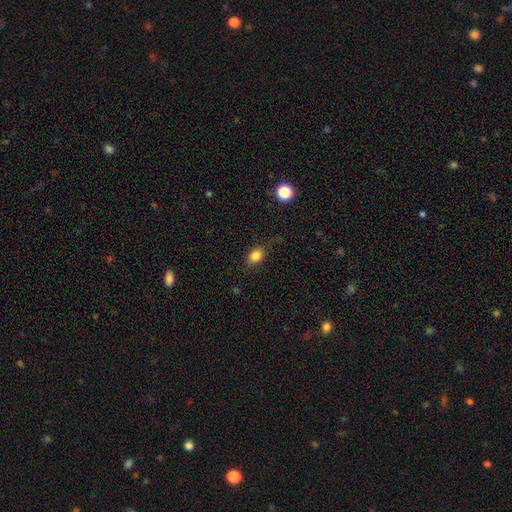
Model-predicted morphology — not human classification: type=smooth (83%); roundness=in between (67%); merging=none (80%).